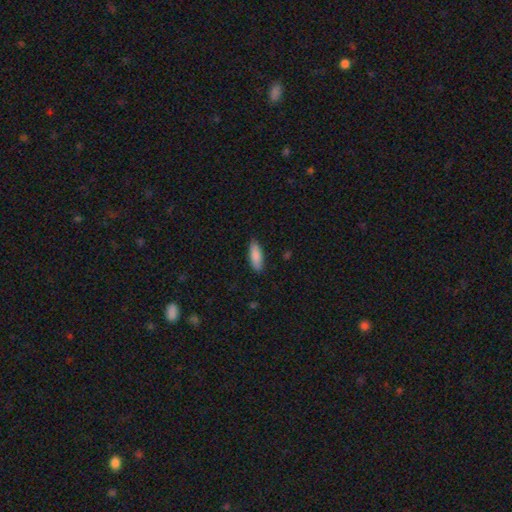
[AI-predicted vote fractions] Overall: smooth (88%). How rounded: in between (61%; cigar-shaped 38%). Merging: none (87%).